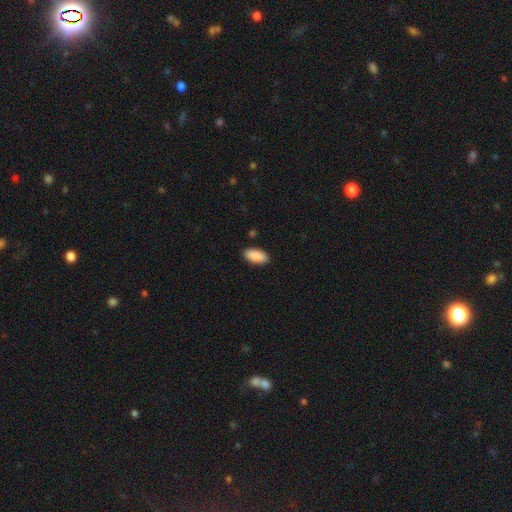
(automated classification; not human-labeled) This is clearly a smooth galaxy (90%). How rounded: clearly in between (90%). Merging: clearly none (89%).